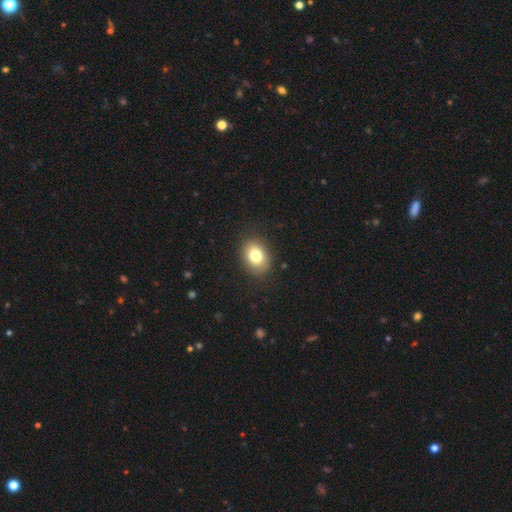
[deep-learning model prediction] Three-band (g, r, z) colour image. It shows a smooth galaxy with no disk features (80%) that is in between round and cigar-shaped (63%). Merging: none (87%).